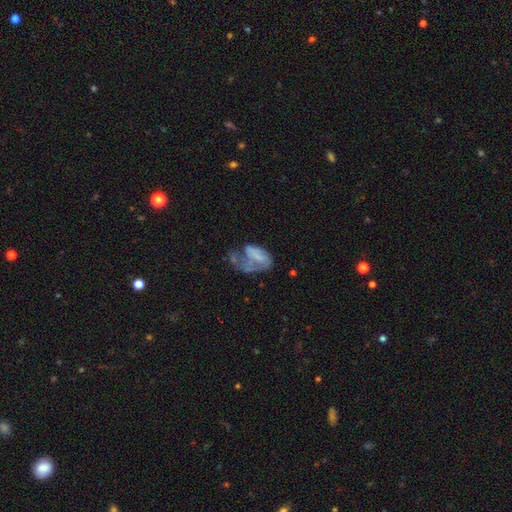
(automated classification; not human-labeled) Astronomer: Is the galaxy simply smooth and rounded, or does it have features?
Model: featured or disk — 47% (runner-up: smooth, 43%).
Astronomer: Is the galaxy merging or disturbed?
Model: major disturbance — 51%.